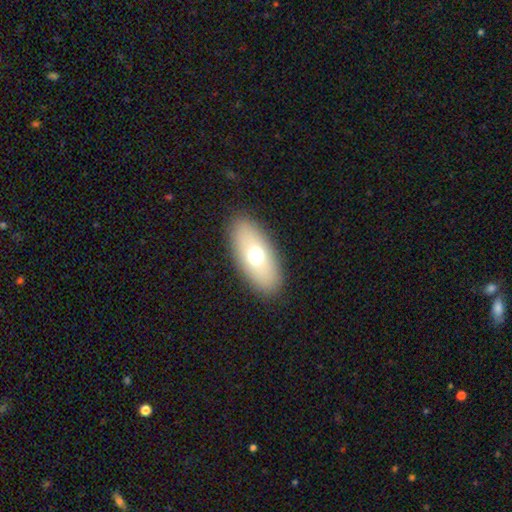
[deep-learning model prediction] Smooth or featured? Predicted: smooth (p=0.63). How rounded? Predicted: in between (p=0.84). Merging? Predicted: none (p=0.87).